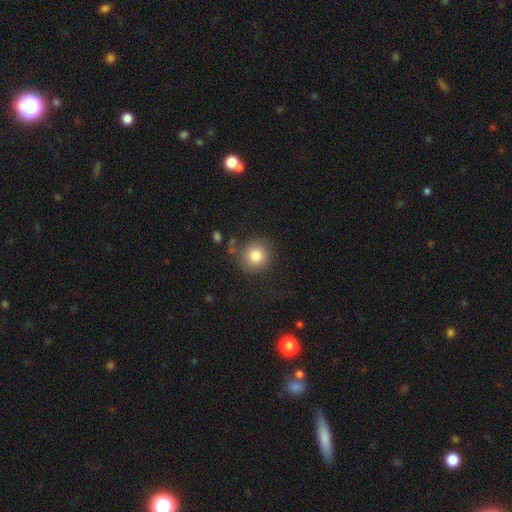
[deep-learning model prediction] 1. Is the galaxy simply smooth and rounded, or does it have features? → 83% smooth, 9% star or artifact, 8% featured or disk.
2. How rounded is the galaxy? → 91% round, 8% in between, 1% cigar-shaped.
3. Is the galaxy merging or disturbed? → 76% none, 14% minor disturbance, 6% major disturbance, 4% merger.